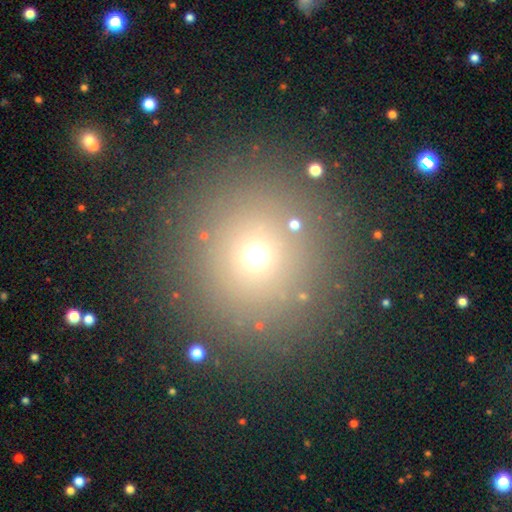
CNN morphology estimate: Smooth or featured? smooth (64%)
How rounded? round (94%)
Merging? none (87%)